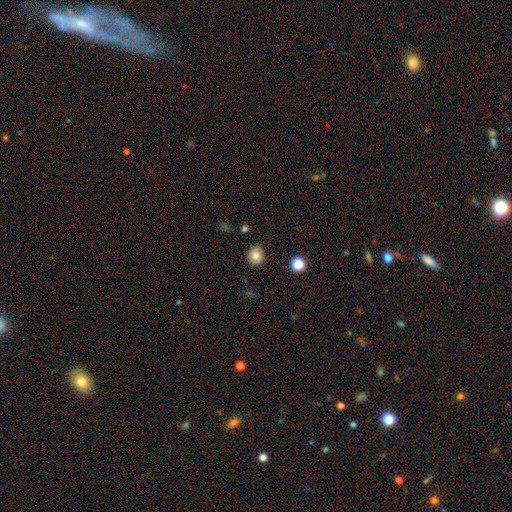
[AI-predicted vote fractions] Q: Smooth or featured?
A: smooth (81%); runner-up: star or artifact (10%)
Q: How rounded?
A: round (81%); runner-up: in between (18%)
Q: Merging?
A: none (87%); runner-up: minor disturbance (9%)